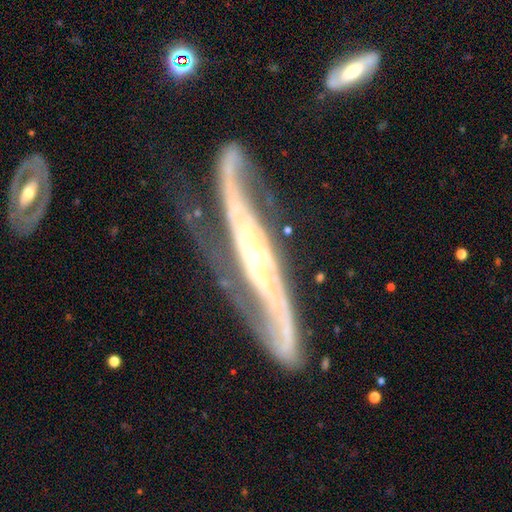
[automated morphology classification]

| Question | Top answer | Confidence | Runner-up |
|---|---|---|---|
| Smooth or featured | featured or disk | 90% | smooth (5%) |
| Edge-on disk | no | 72% | yes (28%) |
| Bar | no | 43% | strong (30%) |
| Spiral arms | yes | 96% | no (4%) |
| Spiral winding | medium | 45% | tight (29%) |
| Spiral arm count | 2 | 84% | can't tell (7%) |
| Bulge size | small | 61% | moderate (32%) |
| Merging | none | 57% | minor disturbance (21%) |